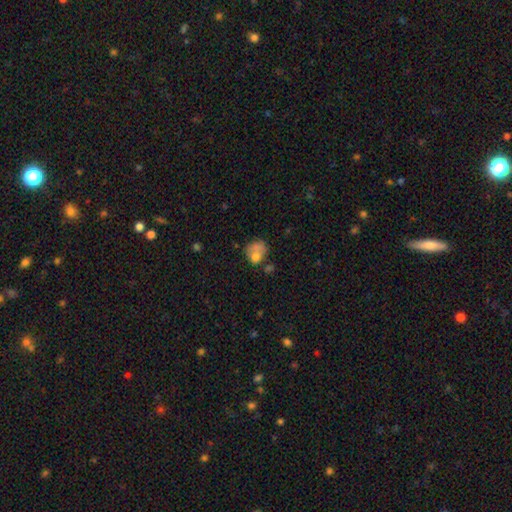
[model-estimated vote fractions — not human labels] Overall: smooth (67%). How rounded: round (59%; in between 40%). Merging: none (33%; merger 26%).